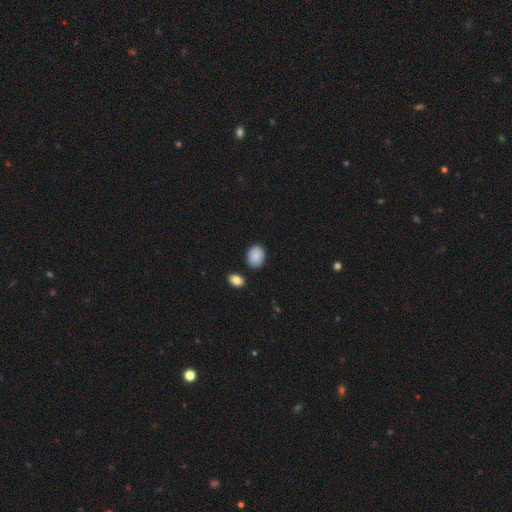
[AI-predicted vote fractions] Smooth or featured? smooth (88%)
How rounded? in between (73%)
Merging? none (82%)